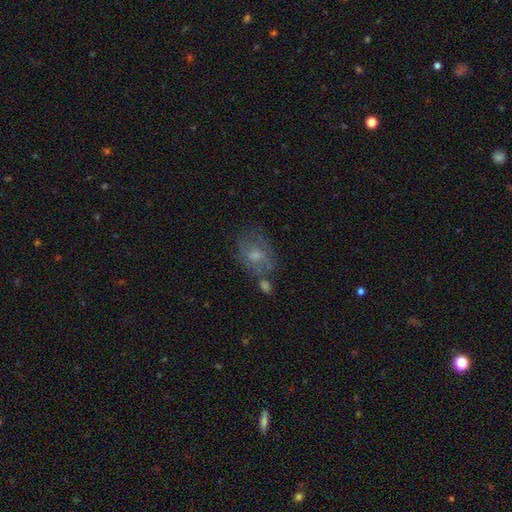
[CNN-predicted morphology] Smooth or featured? featured or disk (45%)
Merging? none (51%)